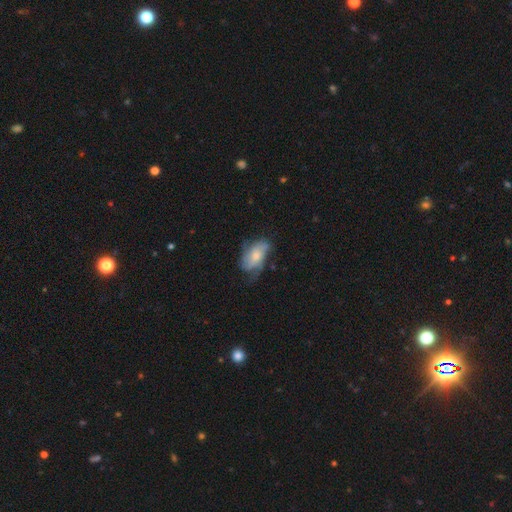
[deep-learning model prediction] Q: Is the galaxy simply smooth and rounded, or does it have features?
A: featured or disk — 49%.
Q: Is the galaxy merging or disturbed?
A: none — 46%.